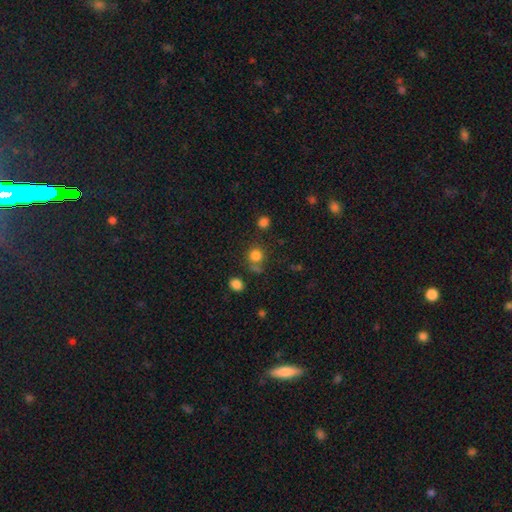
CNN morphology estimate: type=smooth (81%); roundness=round (87%); merging=none (69%).